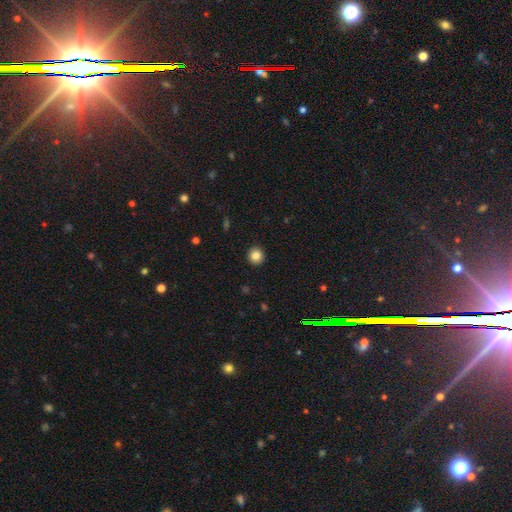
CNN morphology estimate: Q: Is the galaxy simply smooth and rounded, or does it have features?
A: smooth — 84%.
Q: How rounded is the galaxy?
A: round — 93%.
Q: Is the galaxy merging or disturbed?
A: none — 93%.